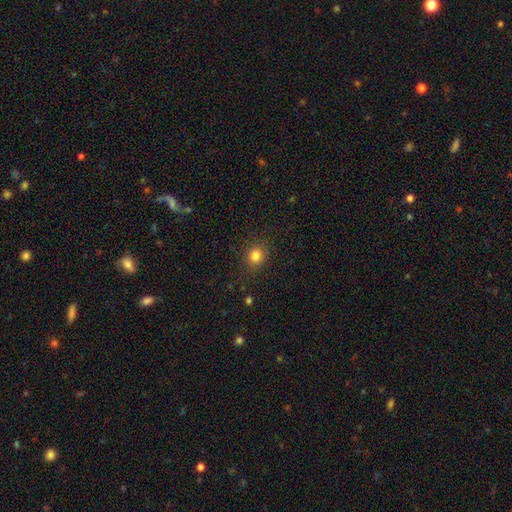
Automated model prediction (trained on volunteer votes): Smooth or featured?
  - smooth: 82% *
  - star or artifact: 13%
  - featured or disk: 5%
How rounded?
  - round: 85% *
  - in between: 14%
  - cigar-shaped: 1%
Merging?
  - none: 88% *
  - minor disturbance: 8%
  - major disturbance: 3%
  - merger: 1%